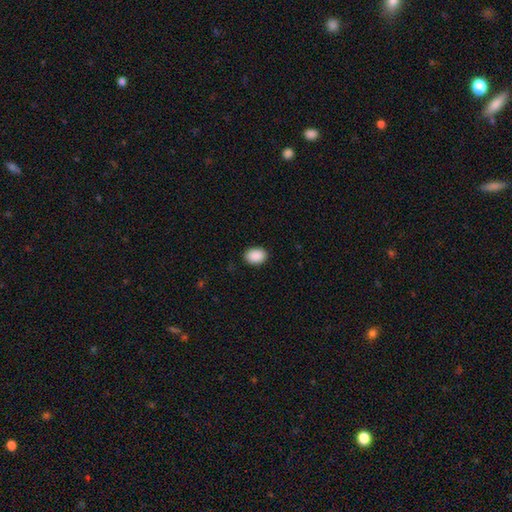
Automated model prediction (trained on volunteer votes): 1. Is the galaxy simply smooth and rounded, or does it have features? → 91% smooth, 7% star or artifact, 2% featured or disk.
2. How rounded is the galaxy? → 72% in between, 27% round, 1% cigar-shaped.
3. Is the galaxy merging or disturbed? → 89% none, 8% minor disturbance, 2% major disturbance, 1% merger.